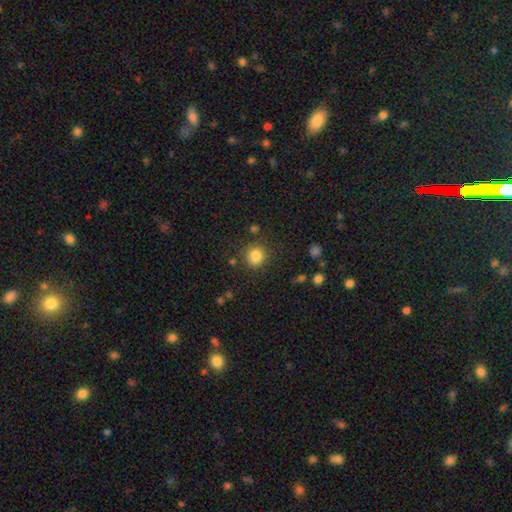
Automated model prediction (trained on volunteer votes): Smooth or featured: smooth — 84% (star or artifact — 11%)
How rounded: round — 84% (in between — 15%)
Merging: none — 83% (minor disturbance — 10%)